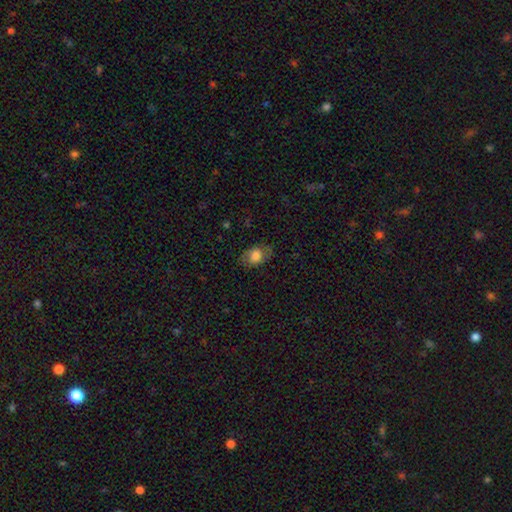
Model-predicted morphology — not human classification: smooth-or-featured: smooth: 70% | featured or disk: 22% | star or artifact: 9%
  how-rounded: in between: 81% | round: 18% | cigar-shaped: 2%
  merging: none: 74% | minor disturbance: 18% | major disturbance: 7% | merger: 1%